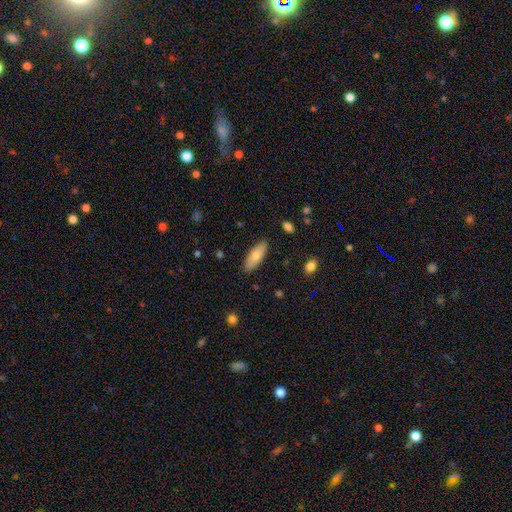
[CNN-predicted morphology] This appears to be a smooth galaxy with no disk features (77%) that is in between round and cigar-shaped (67%). Merging: none (87%).